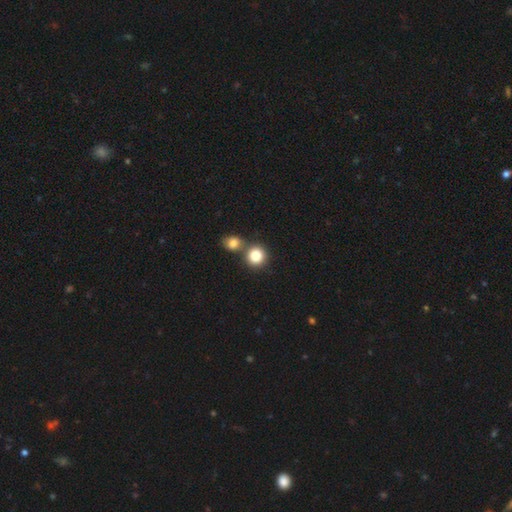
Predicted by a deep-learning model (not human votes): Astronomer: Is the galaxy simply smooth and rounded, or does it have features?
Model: smooth — 84%.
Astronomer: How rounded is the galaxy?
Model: round — 88%.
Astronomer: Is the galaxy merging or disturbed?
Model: none — 56% (runner-up: merger, 34%).